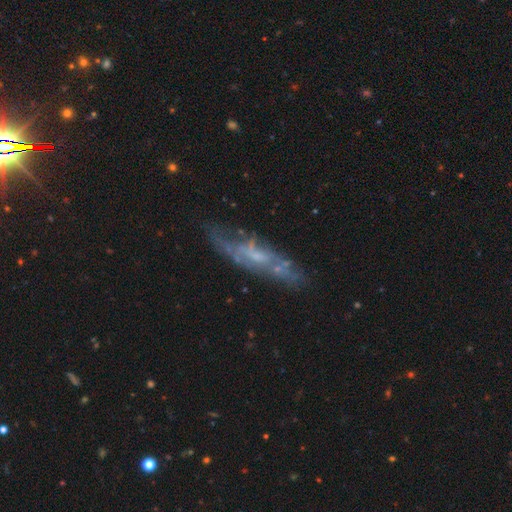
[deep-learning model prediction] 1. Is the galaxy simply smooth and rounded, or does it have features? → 66% featured or disk, 24% smooth, 10% star or artifact.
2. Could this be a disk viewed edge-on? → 60% no, 40% yes.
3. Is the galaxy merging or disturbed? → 63% none, 22% minor disturbance, 11% major disturbance, 5% merger.